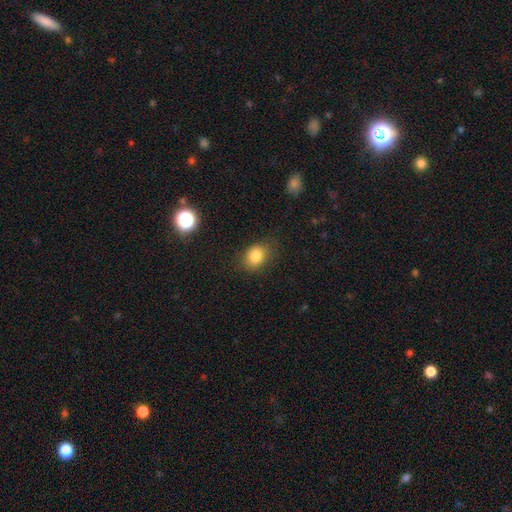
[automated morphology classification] A smooth galaxy with no disk features (82%) that is in between round and cigar-shaped (56%).

Vote fractions:
- Smooth or featured? smooth: 82% / star or artifact: 11% / featured or disk: 6%
- How rounded? in between: 56% / round: 43% / cigar-shaped: 1%
- Merging? none: 78% / minor disturbance: 16% / major disturbance: 5% / merger: 1%